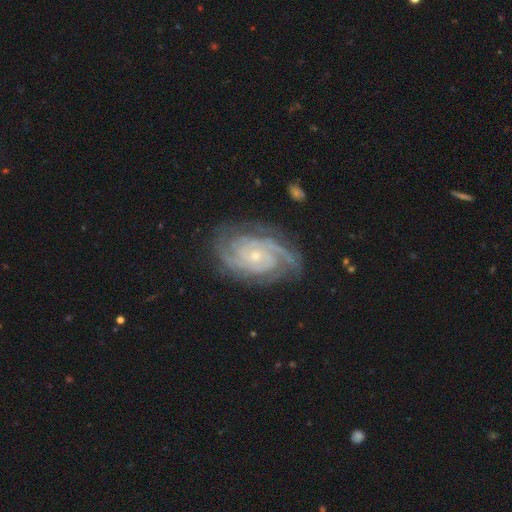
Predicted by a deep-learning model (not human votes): Morphology: type=featured or disk (91%); edge-on=no (97%); bar=no (73%); spiral arms=yes (98%); winding=tight (75%); arm count=2 (32%); bulge=small (76%); merging=none (78%).